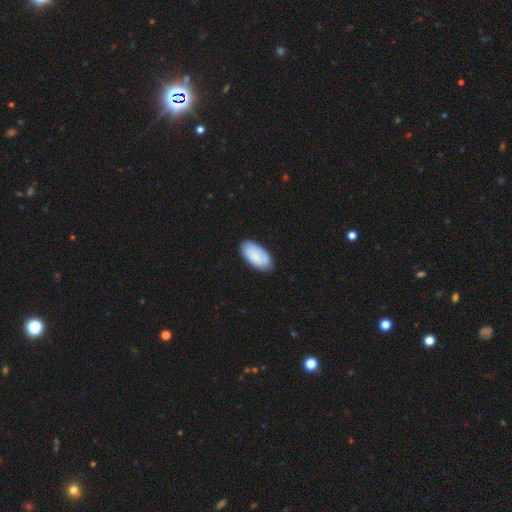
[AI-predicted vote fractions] Overall: smooth (77%). How rounded: in between (95%). Merging: none (80%).